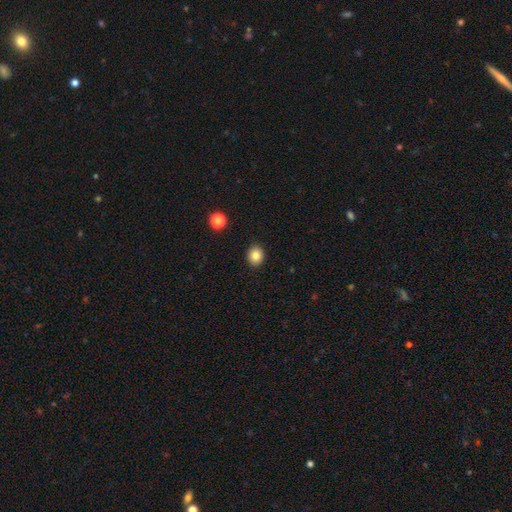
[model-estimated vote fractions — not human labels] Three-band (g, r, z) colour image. It shows a smooth galaxy with no disk features (83%) that is round (72%). Merging: none (91%).